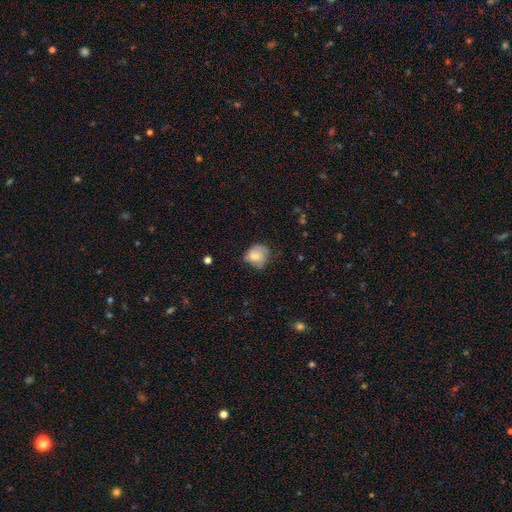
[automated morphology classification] The model was most divided on "merging": none: 48%, minor disturbance: 34%, major disturbance: 16%, merger: 2%. More confident: smooth or featured — smooth (68%); how rounded — round (63%).